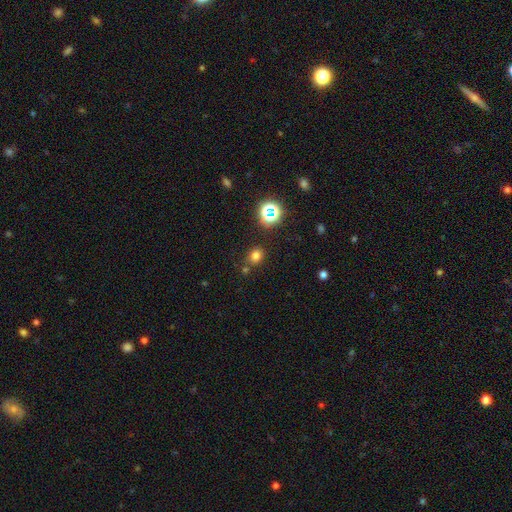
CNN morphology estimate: The model was most divided on "how rounded": round: 66%, in between: 33%, cigar-shaped: 1%. More confident: merging — none (78%); smooth or featured — smooth (72%).